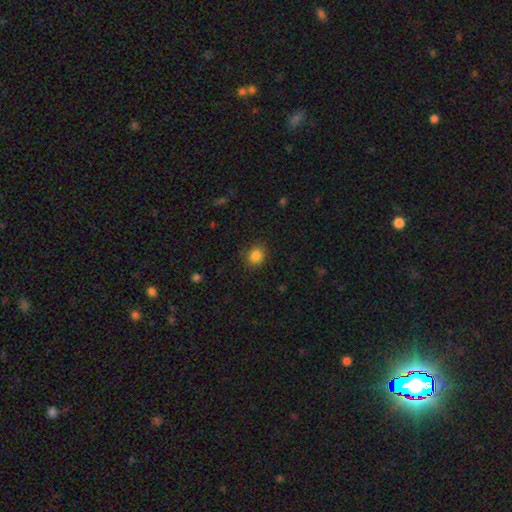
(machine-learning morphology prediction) type=smooth (85%); roundness=round (82%); merging=none (85%).